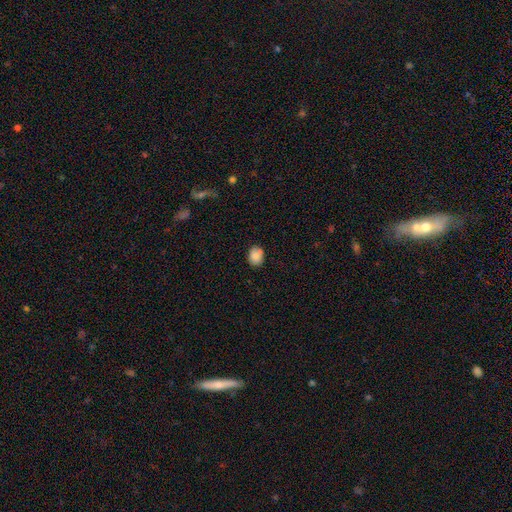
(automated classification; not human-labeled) A smooth galaxy with no disk features (84%) that is in between round and cigar-shaped (52%).

Vote fractions:
- Smooth or featured? smooth: 84% / star or artifact: 9% / featured or disk: 7%
- How rounded? in between: 52% / round: 47% / cigar-shaped: 1%
- Merging? none: 77% / minor disturbance: 15% / merger: 6% / major disturbance: 3%